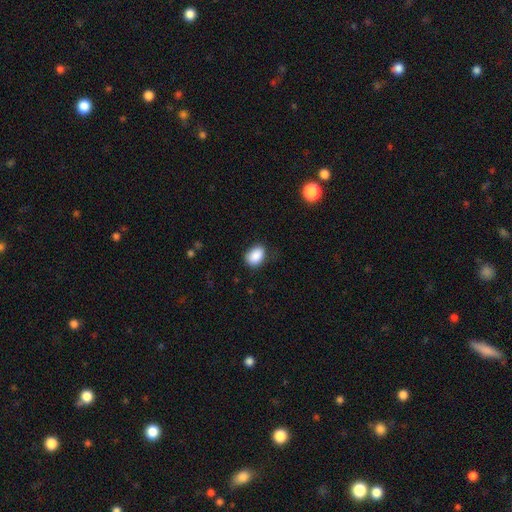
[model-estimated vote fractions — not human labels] smooth_or_featured: smooth (p=0.89) [alt: star or artifact p=0.07]
how_rounded: in between (p=0.79) [alt: round p=0.20]
merging: none (p=0.76) [alt: minor disturbance p=0.18]